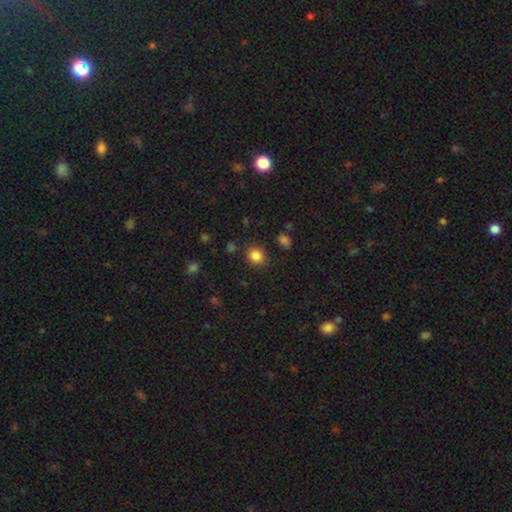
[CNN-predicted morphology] smooth-or-featured: smooth: 84% | star or artifact: 11% | featured or disk: 4%
  how-rounded: round: 77% | in between: 22% | cigar-shaped: 1%
  merging: none: 84% | minor disturbance: 11% | major disturbance: 3% | merger: 2%